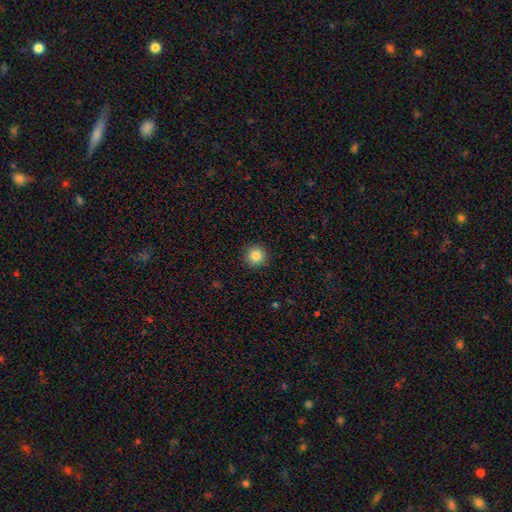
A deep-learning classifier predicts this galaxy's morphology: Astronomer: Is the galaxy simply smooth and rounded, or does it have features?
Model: smooth — 85%.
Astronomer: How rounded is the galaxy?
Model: round — 95%.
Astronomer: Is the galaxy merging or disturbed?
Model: none — 92%.